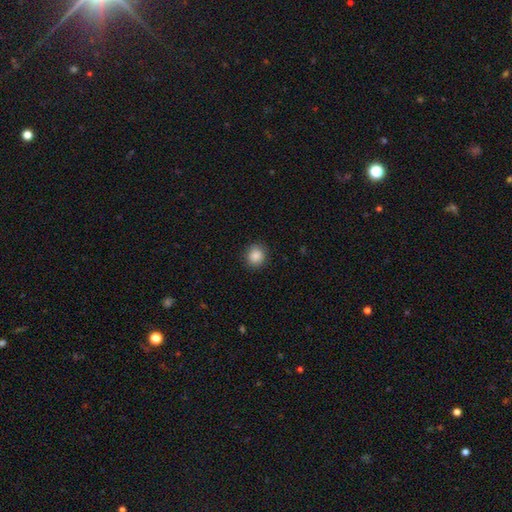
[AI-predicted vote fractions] Smooth or featured: smooth — 88% (star or artifact — 9%)
How rounded: round — 87% (in between — 13%)
Merging: none — 89% (minor disturbance — 8%)